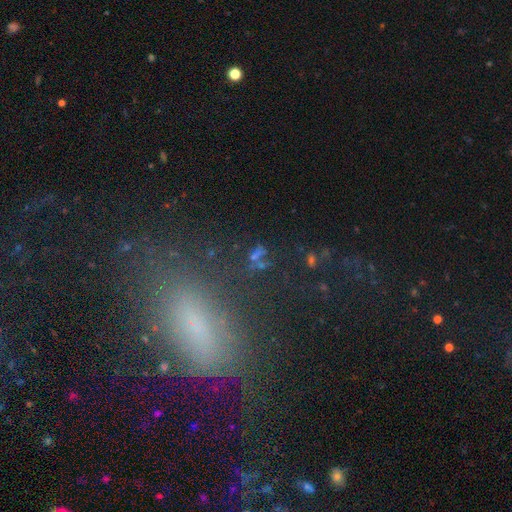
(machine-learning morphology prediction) Overall: star or artifact (44%; smooth 36%).